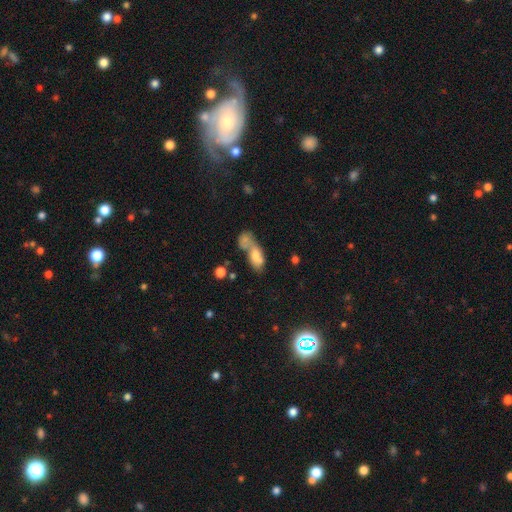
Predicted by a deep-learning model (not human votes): The model was most divided on "smooth or featured": smooth: 65%, featured or disk: 24%, star or artifact: 11%. More confident: how rounded — in between (76%); merging — merger (63%).